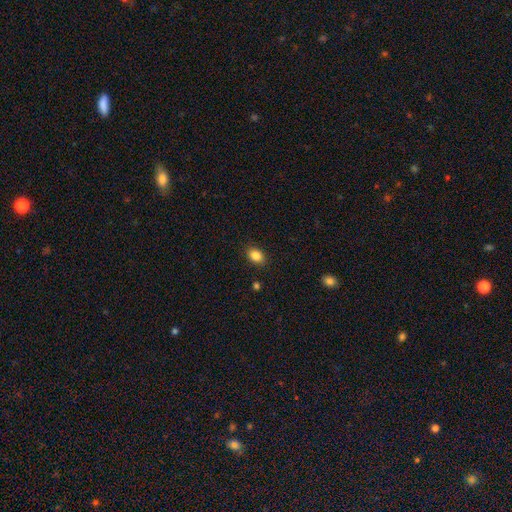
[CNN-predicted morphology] Smooth or featured? smooth (86%)
How rounded? in between (72%)
Merging? none (87%)